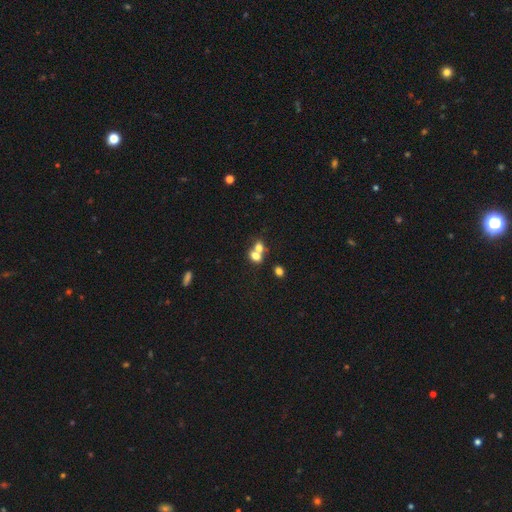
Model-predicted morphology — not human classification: The model was most divided on "how rounded": in between: 58%, round: 40%, cigar-shaped: 2%. More confident: smooth or featured — smooth (72%); merging — merger (63%).